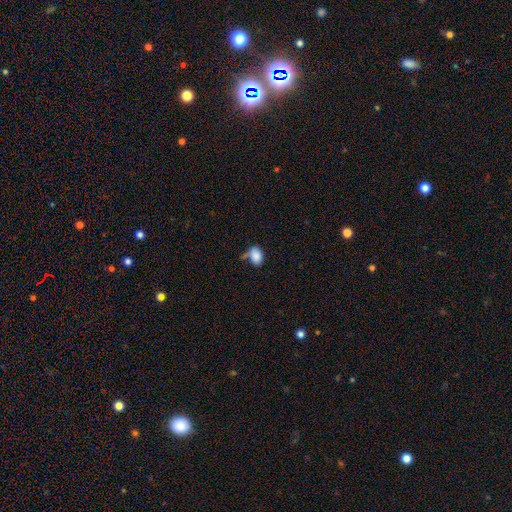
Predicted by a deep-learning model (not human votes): The model was most divided on "merging": none: 50%, minor disturbance: 25%, merger: 14%, major disturbance: 11%. More confident: smooth or featured — smooth (86%); how rounded — in between (85%).